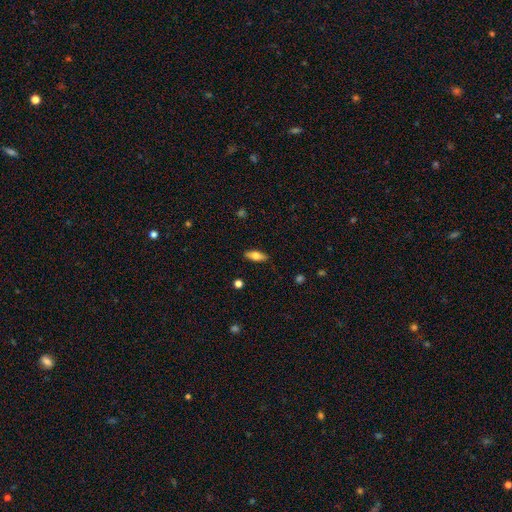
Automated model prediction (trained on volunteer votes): smooth-or-featured: smooth: 69% | featured or disk: 24% | star or artifact: 7%
  how-rounded: in between: 72% | cigar-shaped: 25% | round: 3%
  merging: none: 87% | minor disturbance: 10% | major disturbance: 2% | merger: 1%